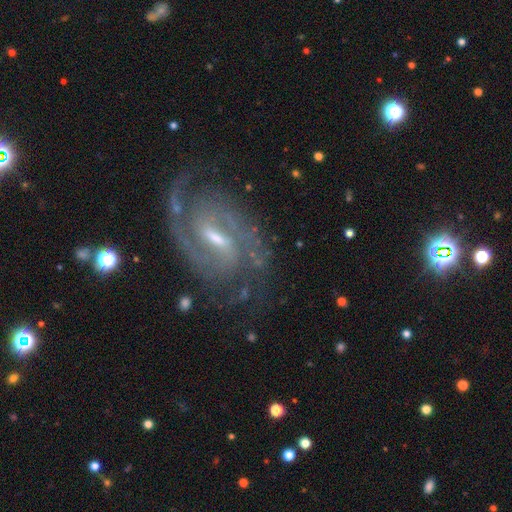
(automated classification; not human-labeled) Smooth or featured?
  - featured or disk: 90% *
  - star or artifact: 7%
  - smooth: 4%
Edge-on disk?
  - no: 97% *
  - yes: 3%
Bar?
  - weak: 48% *
  - strong: 38%
  - no: 14%
Spiral arms?
  - yes: 98% *
  - no: 2%
Spiral winding?
  - tight: 47% *
  - medium: 44%
  - loose: 9%
Spiral arm count?
  - 2: 70% *
  - 3: 10%
  - can't tell: 9%
  - 4: 4%
  - 1: 4%
  - more than 4: 4%
Bulge size?
  - small: 58% *
  - moderate: 35%
  - none: 3%
  - large: 2%
  - dominant: 1%
Merging?
  - none: 78% *
  - minor disturbance: 14%
  - major disturbance: 6%
  - merger: 2%